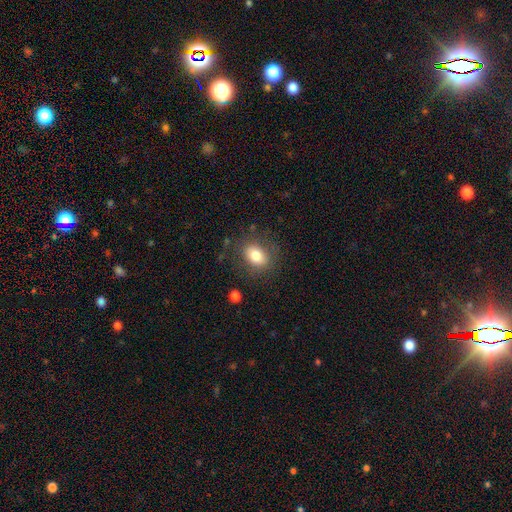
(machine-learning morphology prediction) Smooth or featured? smooth (79%)
How rounded? in between (62%)
Merging? none (78%)